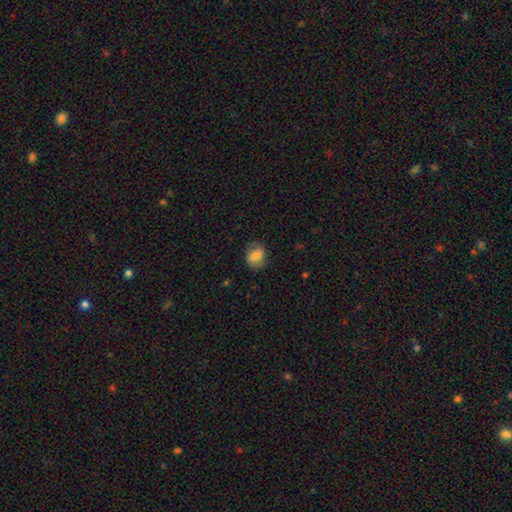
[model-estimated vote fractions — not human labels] Smooth or featured? smooth (64%)
How rounded? in between (53%)
Merging? none (74%)